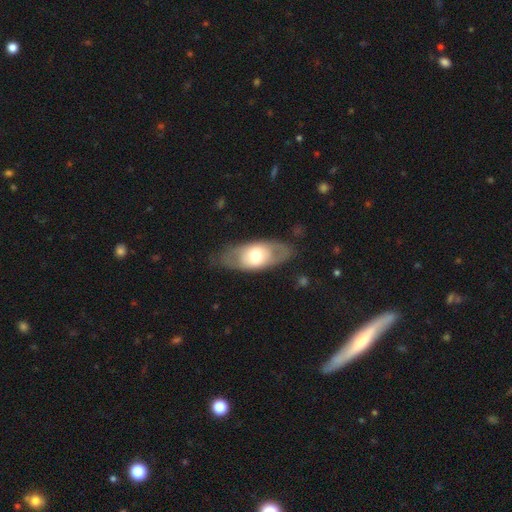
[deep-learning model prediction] smooth_or_featured: smooth (p=0.48) [alt: featured or disk p=0.46]
merging: none (p=0.74) [alt: minor disturbance p=0.18]